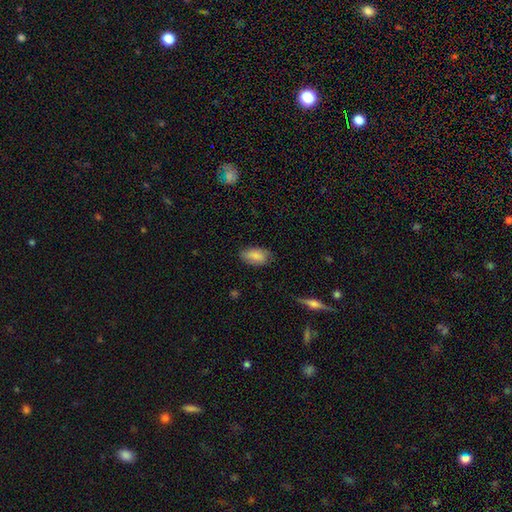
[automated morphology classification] A smooth galaxy with no disk features (85%) that is in between round and cigar-shaped (93%). Merging: none (77%).